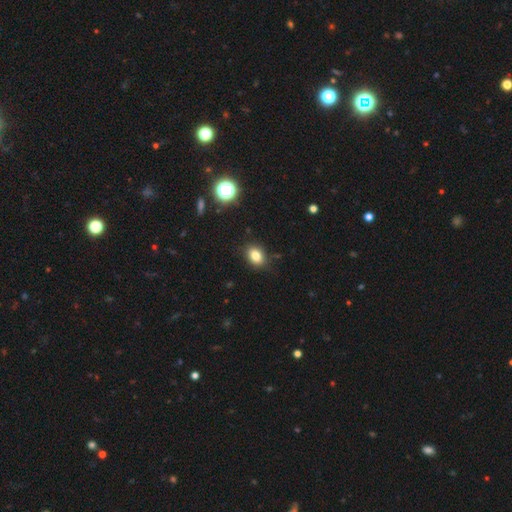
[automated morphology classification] smooth-or-featured: smooth: 82% | star or artifact: 11% | featured or disk: 7%
  how-rounded: in between: 70% | round: 29% | cigar-shaped: 1%
  merging: none: 86% | minor disturbance: 10% | major disturbance: 3% | merger: 2%